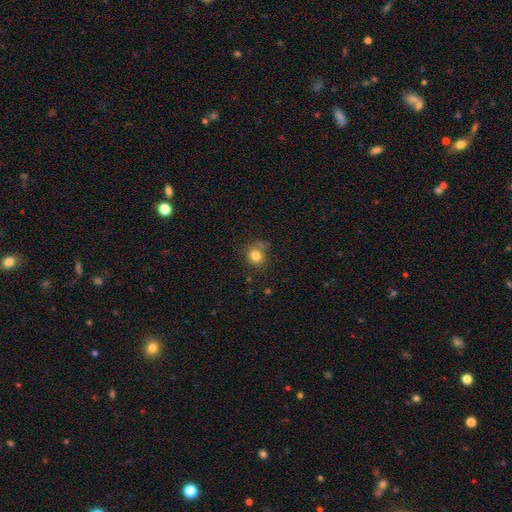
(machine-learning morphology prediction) The model was most divided on "merging": none: 74%, minor disturbance: 17%, merger: 5%, major disturbance: 5%. More confident: how rounded — round (82%); smooth or featured — smooth (81%).